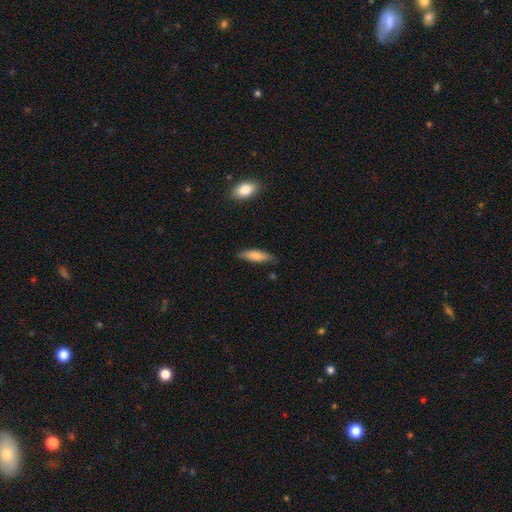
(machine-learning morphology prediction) type=smooth (81%); roundness=cigar-shaped (57%); merging=none (79%).